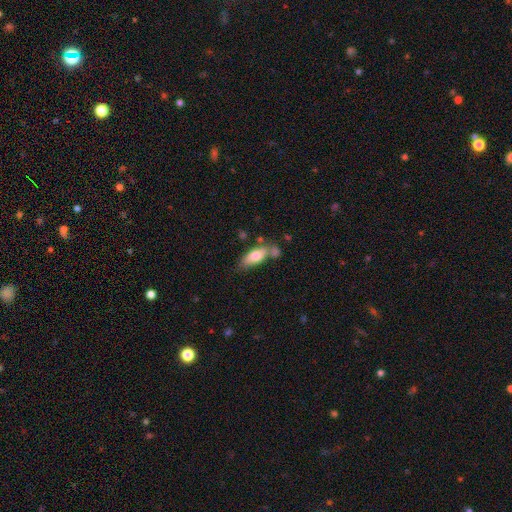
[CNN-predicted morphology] Smooth or featured: smooth — 72% (featured or disk — 22%)
How rounded: in between — 76% (cigar-shaped — 22%)
Merging: none — 51% (merger — 23%)